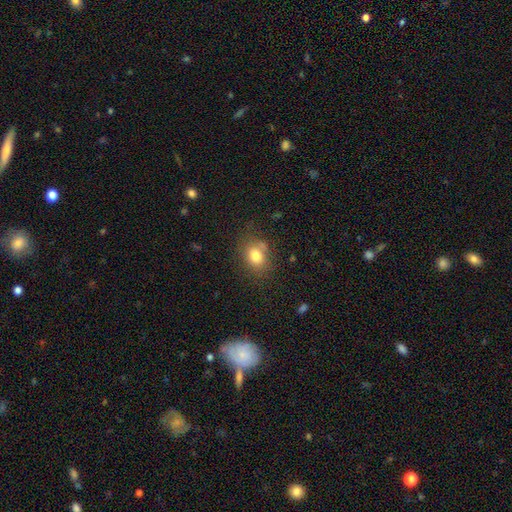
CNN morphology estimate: Smooth or featured? Predicted: smooth (p=0.80). How rounded? Predicted: in between (p=0.53). Merging? Predicted: none (p=0.68).